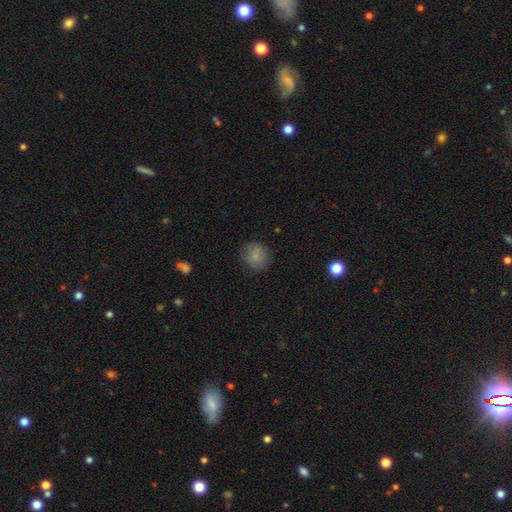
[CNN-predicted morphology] This appears to be a smooth galaxy with no disk features (83%) that is round (86%). Merging: none (81%).